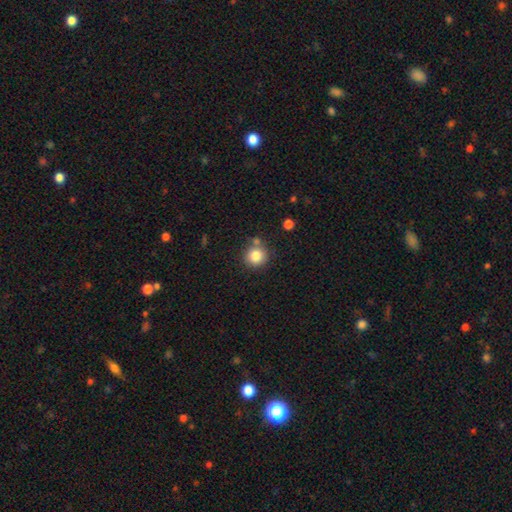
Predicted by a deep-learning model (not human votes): Q: Smooth or featured?
A: smooth (83%); runner-up: star or artifact (10%)
Q: How rounded?
A: round (92%); runner-up: in between (7%)
Q: Merging?
A: none (74%); runner-up: merger (13%)